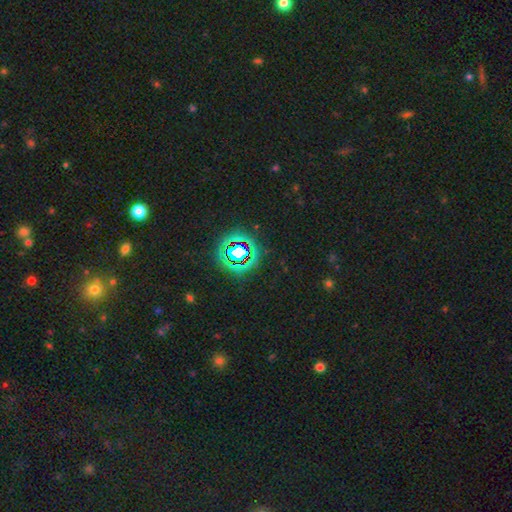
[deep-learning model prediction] Smooth or featured?
  - star or artifact: 71% *
  - smooth: 21%
  - featured or disk: 8%